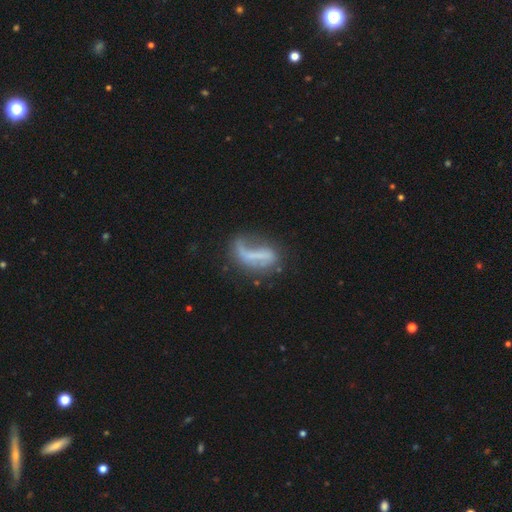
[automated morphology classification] Smooth or featured? featured or disk (58%)
Edge-on disk? no (90%)
Bar? no (39%)
Spiral arms? yes (56%)
Bulge size? none (66%)
Merging? none (35%)